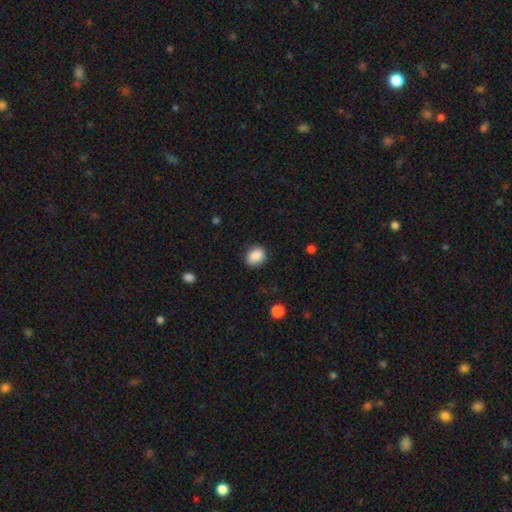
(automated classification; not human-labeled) Morphology: type=smooth (87%); roundness=in between (59%); merging=none (83%).